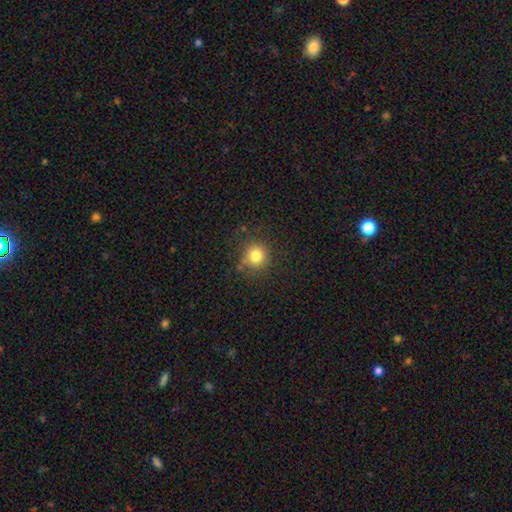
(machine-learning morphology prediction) Smooth or featured? smooth (80%)
How rounded? round (92%)
Merging? none (82%)